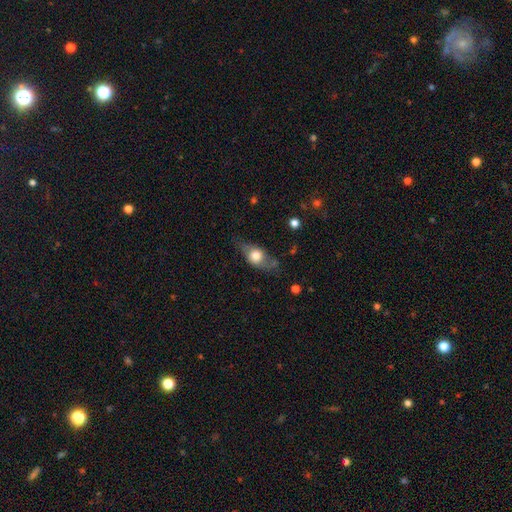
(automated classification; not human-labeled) Overall: smooth (57%; featured or disk 35%). How rounded: in between (67%). Merging: none (58%; minor disturbance 28%).